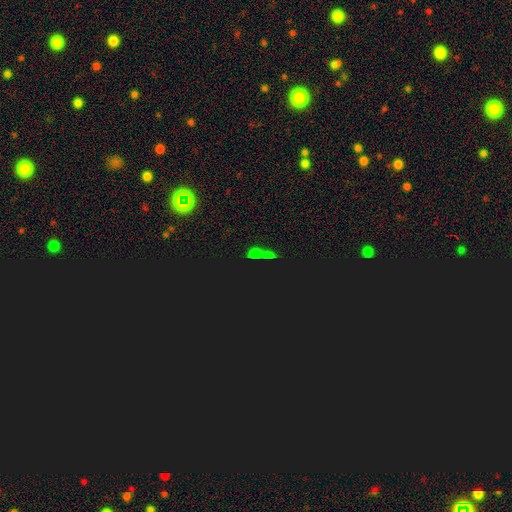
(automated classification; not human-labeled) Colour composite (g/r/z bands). It shows a star or artifact, not a galaxy (64%).